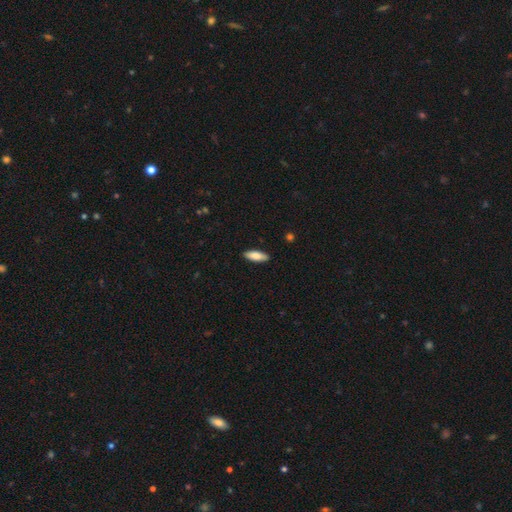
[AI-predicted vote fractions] The model was most divided on "how rounded": in between: 62%, cigar-shaped: 37%, round: 2%. More confident: merging — none (89%); smooth or featured — smooth (83%).